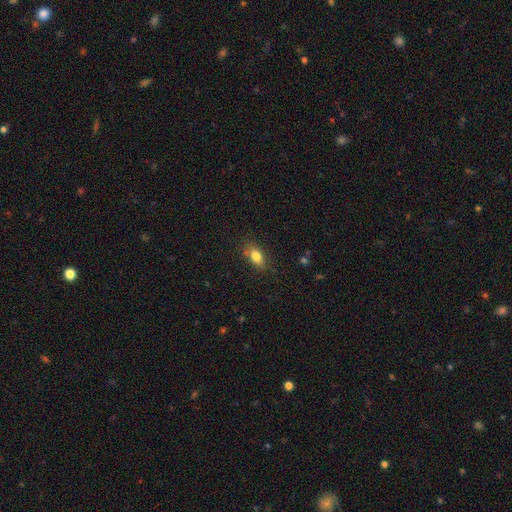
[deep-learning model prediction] Smooth or featured?
  - smooth: 81% *
  - featured or disk: 10%
  - star or artifact: 9%
How rounded?
  - in between: 83% *
  - cigar-shaped: 8%
  - round: 8%
Merging?
  - none: 76% *
  - minor disturbance: 16%
  - major disturbance: 4%
  - merger: 3%